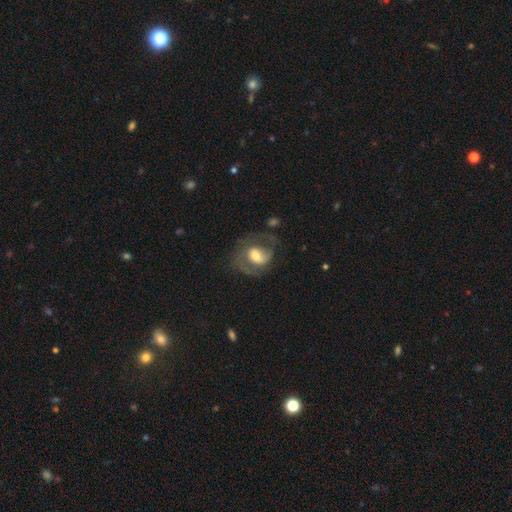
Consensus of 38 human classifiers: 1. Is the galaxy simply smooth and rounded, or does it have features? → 74% featured or disk, 24% smooth, 3% star or artifact.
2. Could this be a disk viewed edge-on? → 100% no, 0% yes.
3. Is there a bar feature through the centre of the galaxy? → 54% no, 43% weak, 4% strong.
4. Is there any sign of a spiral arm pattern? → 82% yes, 18% no.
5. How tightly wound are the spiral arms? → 35% tight (tied), 35% medium (tied), 30% loose.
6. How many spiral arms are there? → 61% 2, 30% 1, 4% more than 4, 4% can't tell, 0% 3, 0% 4.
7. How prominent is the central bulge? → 57% moderate, 29% large, 14% small, 0% dominant, 0% none.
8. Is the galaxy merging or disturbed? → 38% none, 30% major disturbance, 27% minor disturbance, 5% merger.